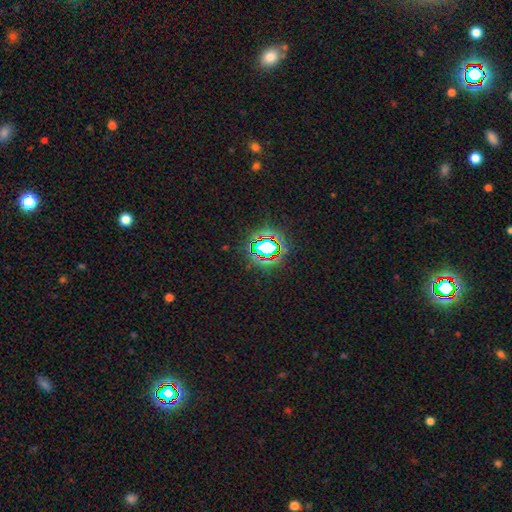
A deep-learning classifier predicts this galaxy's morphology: Smooth or featured? Predicted: star or artifact (p=0.79).